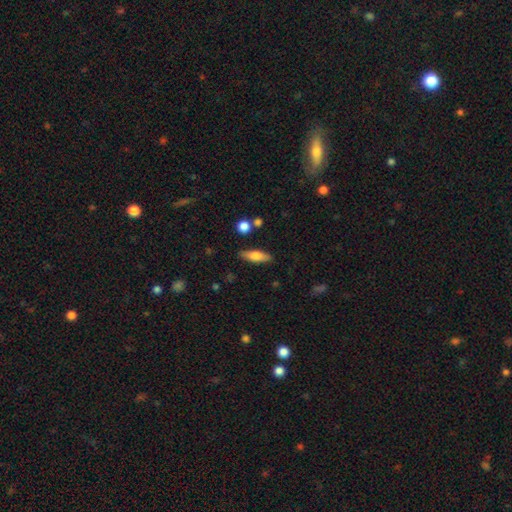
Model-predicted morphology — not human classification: smooth_or_featured: smooth (p=0.69) [alt: featured or disk p=0.24]
how_rounded: in between (p=0.49) [alt: cigar-shaped p=0.48]
merging: none (p=0.84) [alt: minor disturbance p=0.10]